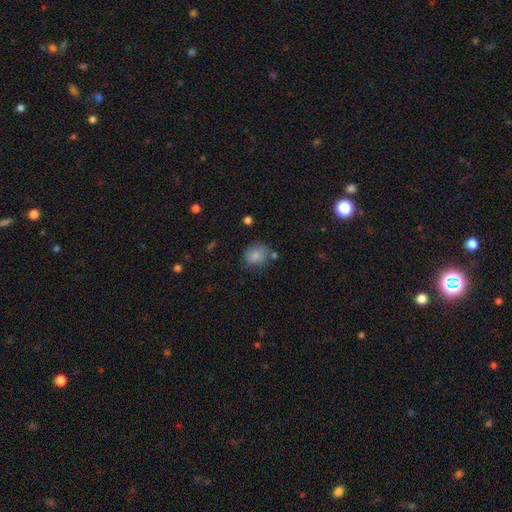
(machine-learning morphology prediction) smooth-or-featured: smooth: 82% | featured or disk: 9% | star or artifact: 9%
  how-rounded: round: 65% | in between: 34% | cigar-shaped: 1%
  merging: none: 61% | minor disturbance: 24% | major disturbance: 8% | merger: 7%